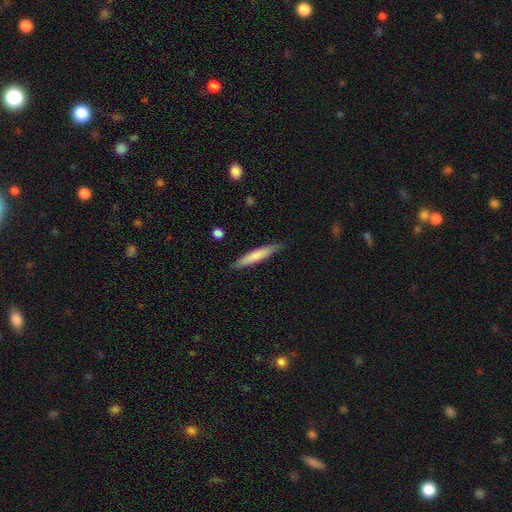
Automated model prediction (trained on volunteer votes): Smooth or featured? Predicted: smooth (p=0.72). How rounded? Predicted: cigar-shaped (p=0.92). Merging? Predicted: none (p=0.86).